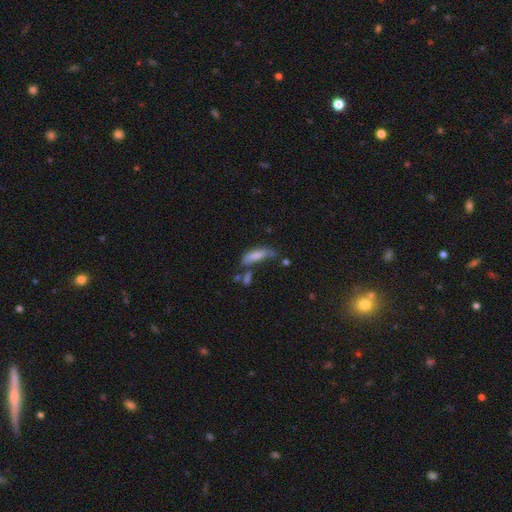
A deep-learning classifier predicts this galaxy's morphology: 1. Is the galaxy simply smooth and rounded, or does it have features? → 74% smooth, 17% featured or disk, 9% star or artifact.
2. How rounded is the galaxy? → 49% cigar-shaped, 48% in between, 2% round.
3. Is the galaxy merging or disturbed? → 42% none, 26% minor disturbance, 18% merger, 14% major disturbance.